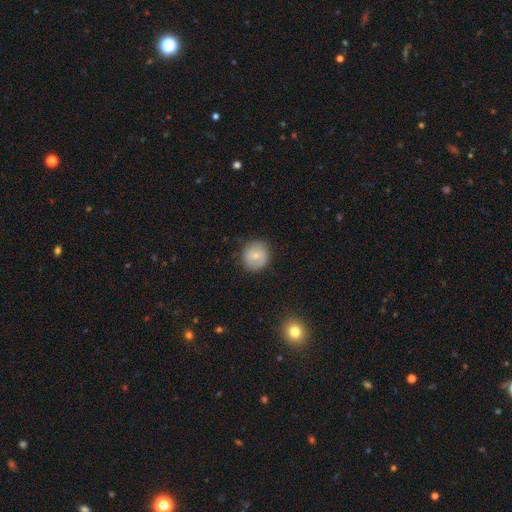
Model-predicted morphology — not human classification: A smooth galaxy with no disk features (64%) that is round (87%).

Vote fractions:
- Smooth or featured? smooth: 64% / featured or disk: 27% / star or artifact: 8%
- How rounded? round: 87% / in between: 12% / cigar-shaped: 1%
- Merging? none: 84% / minor disturbance: 12% / major disturbance: 3% / merger: 1%